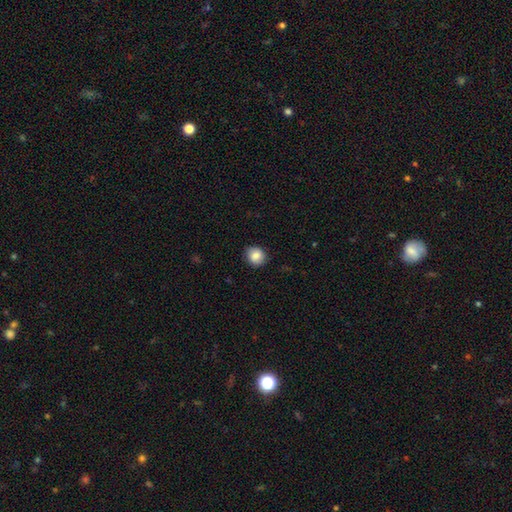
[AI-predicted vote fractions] A smooth galaxy with no disk features (85%) that is round (77%). Merging: none (82%).